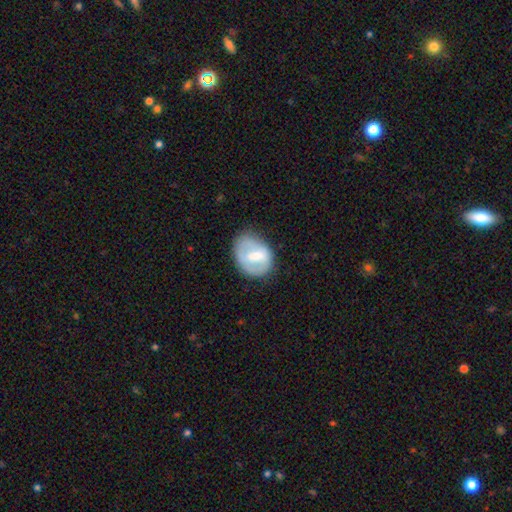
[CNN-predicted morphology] A smooth galaxy with no disk features (52%) that is in between round and cigar-shaped (62%).

Vote fractions:
- Smooth or featured? smooth: 52% / featured or disk: 41% / star or artifact: 7%
- How rounded? in between: 62% / round: 37% / cigar-shaped: 1%
- Merging? none: 62% / minor disturbance: 25% / major disturbance: 11% / merger: 2%